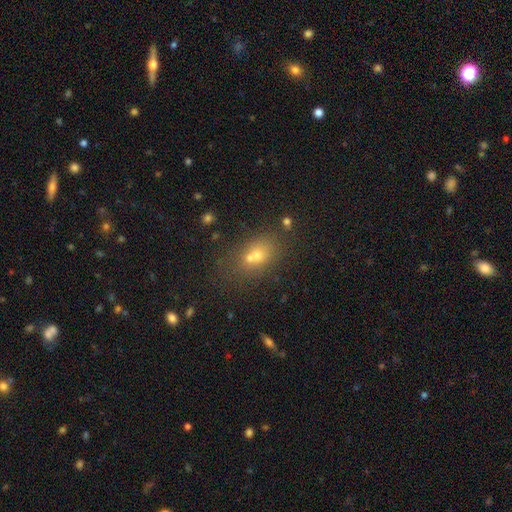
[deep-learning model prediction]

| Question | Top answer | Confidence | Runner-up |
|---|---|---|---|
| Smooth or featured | smooth | 61% | featured or disk (20%) |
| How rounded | in between | 57% | round (41%) |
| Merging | merger | 43% | none (42%) |